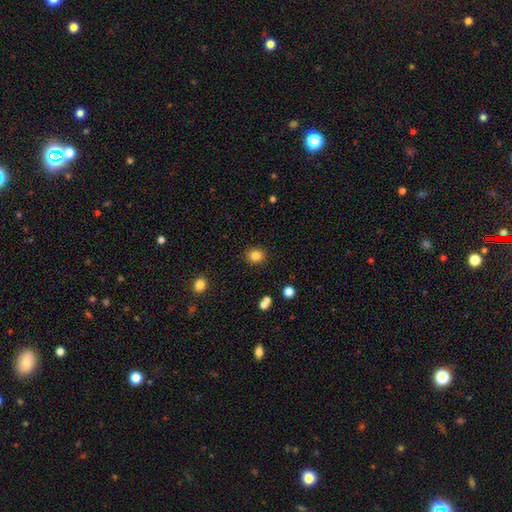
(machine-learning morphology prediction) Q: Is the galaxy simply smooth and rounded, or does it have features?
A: smooth — 84%.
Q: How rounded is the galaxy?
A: round — 75%.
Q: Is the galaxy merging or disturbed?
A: none — 89%.